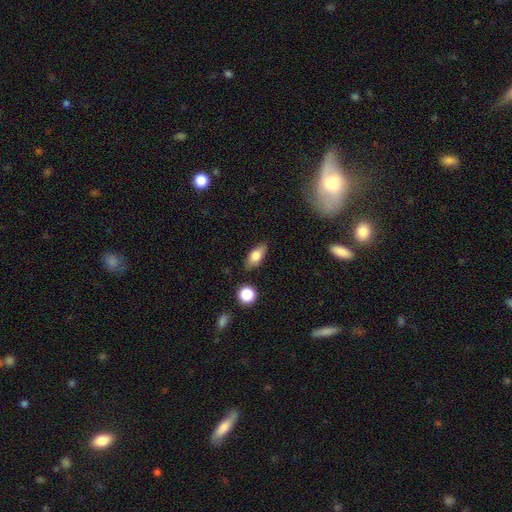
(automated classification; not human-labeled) A smooth galaxy with no disk features (74%) that is in between round and cigar-shaped (79%). Merging: none (84%).